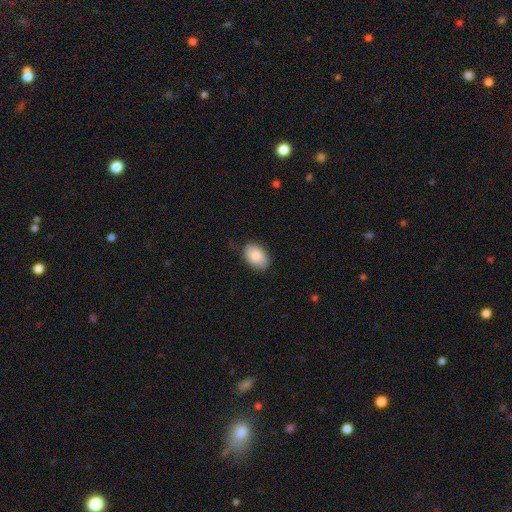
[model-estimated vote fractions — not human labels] smooth 85%, featured or disk 8%, star or artifact 6%. Down the decision tree: how rounded — in between (88%); merging — none (78%).